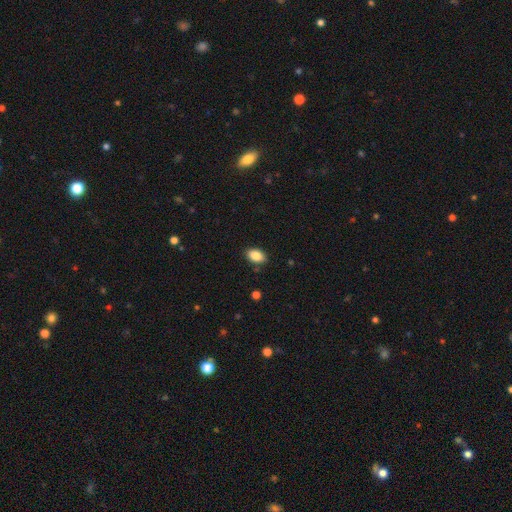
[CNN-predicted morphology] smooth-or-featured: smooth: 87% | star or artifact: 8% | featured or disk: 5%
  how-rounded: in between: 89% | round: 10% | cigar-shaped: 1%
  merging: none: 87% | minor disturbance: 9% | major disturbance: 2% | merger: 1%